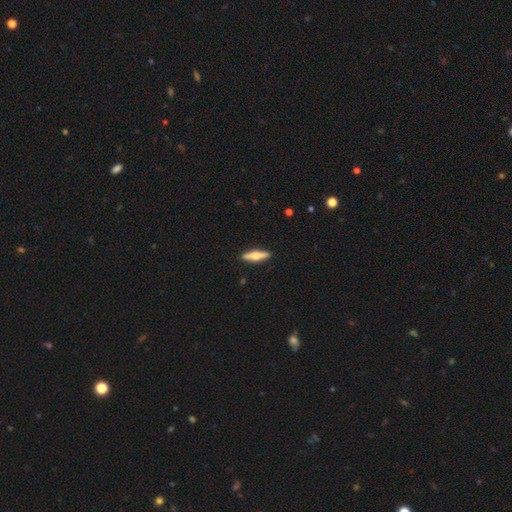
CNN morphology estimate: smooth_or_featured: featured or disk (p=0.51) [alt: smooth p=0.43]
disk_edge_on: yes (p=0.95) [alt: no p=0.05]
merging: none (p=0.91) [alt: minor disturbance p=0.07]